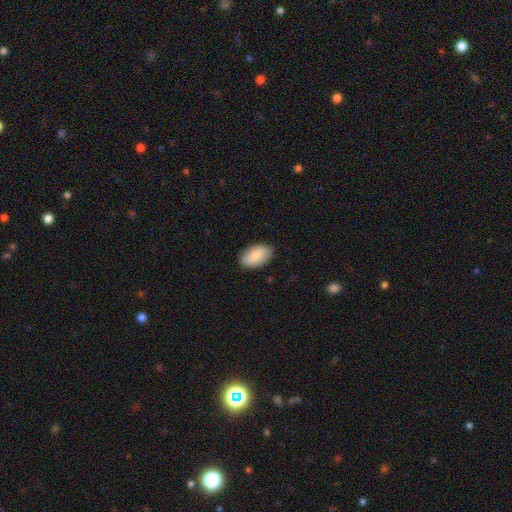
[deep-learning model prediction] smooth_or_featured: smooth (p=0.83) [alt: featured or disk p=0.11]
how_rounded: in between (p=0.94) [alt: round p=0.04]
merging: none (p=0.87) [alt: minor disturbance p=0.10]